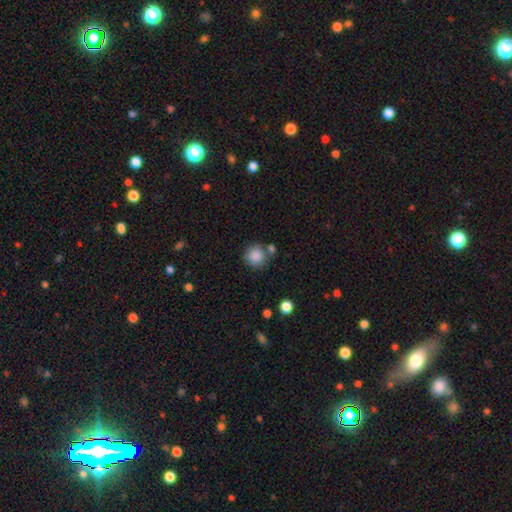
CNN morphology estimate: This is clearly a smooth galaxy (87%). How rounded: clearly round (92%). Merging: likely none (72%).